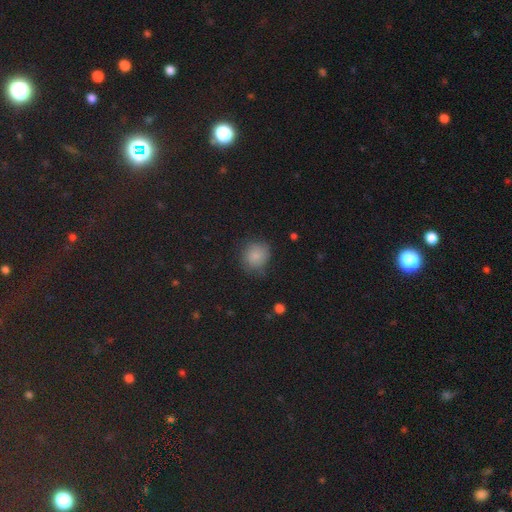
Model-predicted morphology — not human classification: The model was most divided on "merging": none: 70%, minor disturbance: 22%, major disturbance: 6%, merger: 2%. More confident: how rounded — round (83%); smooth or featured — smooth (81%).